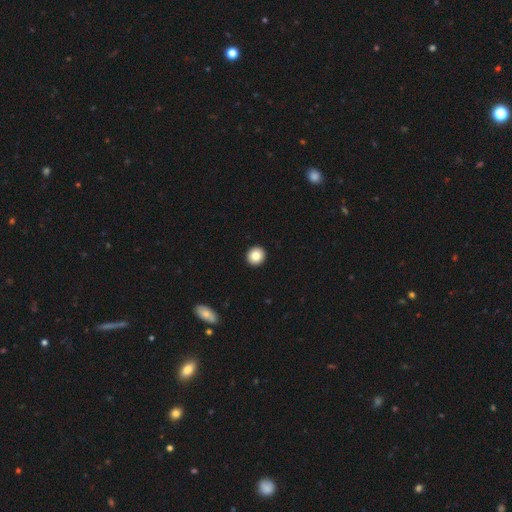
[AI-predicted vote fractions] The model was most divided on "smooth or featured": smooth: 84%, star or artifact: 9%, featured or disk: 7%. More confident: merging — none (94%); how rounded — round (91%).